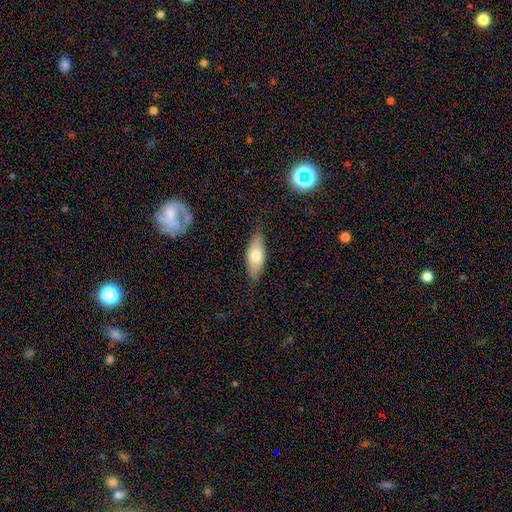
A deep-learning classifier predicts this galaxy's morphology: smooth-or-featured: smooth: 65% | featured or disk: 29% | star or artifact: 6%
  how-rounded: in between: 74% | cigar-shaped: 23% | round: 3%
  merging: none: 82% | minor disturbance: 14% | major disturbance: 3% | merger: 1%